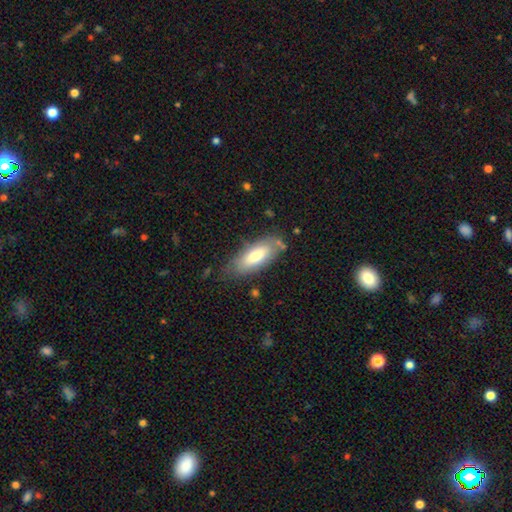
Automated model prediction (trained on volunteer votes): Smooth or featured: smooth — 70% (featured or disk — 24%)
How rounded: in between — 80% (cigar-shaped — 18%)
Merging: none — 73% (minor disturbance — 19%)